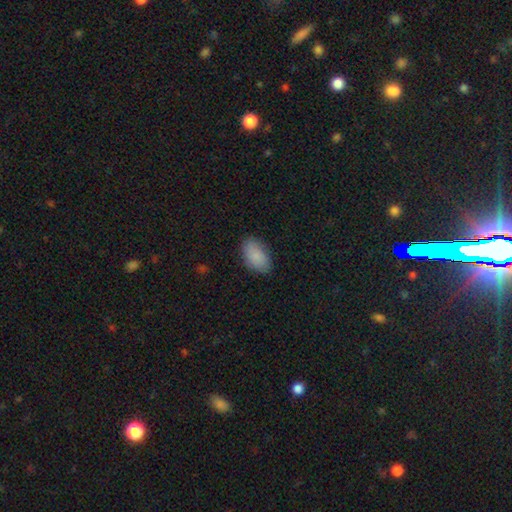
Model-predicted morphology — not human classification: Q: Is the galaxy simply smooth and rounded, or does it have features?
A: smooth — 88%.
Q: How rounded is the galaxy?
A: in between — 93%.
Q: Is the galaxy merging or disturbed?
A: none — 83%.